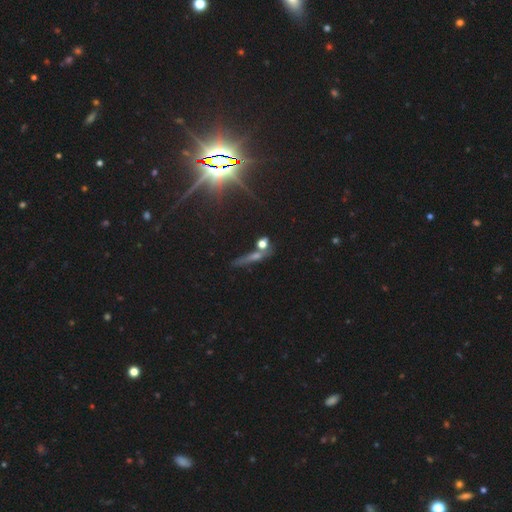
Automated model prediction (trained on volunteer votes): A star or artifact, not a galaxy (41%).

Vote fractions:
- Smooth or featured? star or artifact: 41% / smooth: 30% / featured or disk: 29%